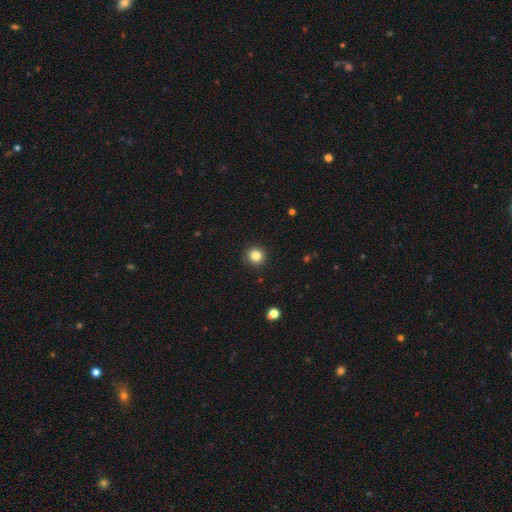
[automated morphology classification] smooth 83%, star or artifact 11%, featured or disk 5%. Down the decision tree: how rounded — round (95%); merging — none (92%).